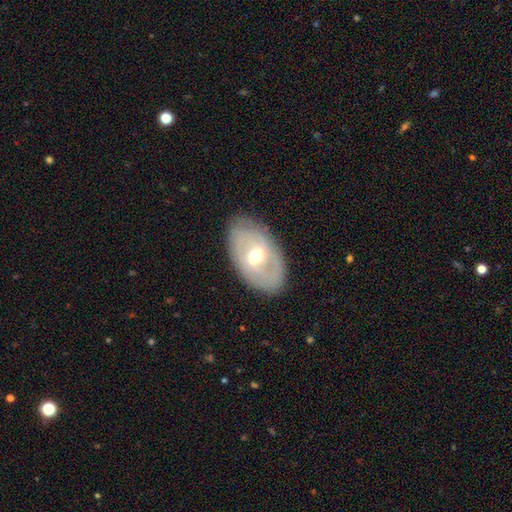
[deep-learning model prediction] smooth-or-featured: featured or disk: 63% | smooth: 30% | star or artifact: 6%
  disk-edge-on: no: 90% | yes: 10%
    bar: weak: 50% | no: 29% | strong: 22%
    has-spiral-arms: no: 54% | yes: 46%
    bulge-size: moderate: 71% | small: 18% | large: 9% | dominant: 1% | none: 1%
  merging: none: 82% | minor disturbance: 12% | major disturbance: 5% | merger: 1%